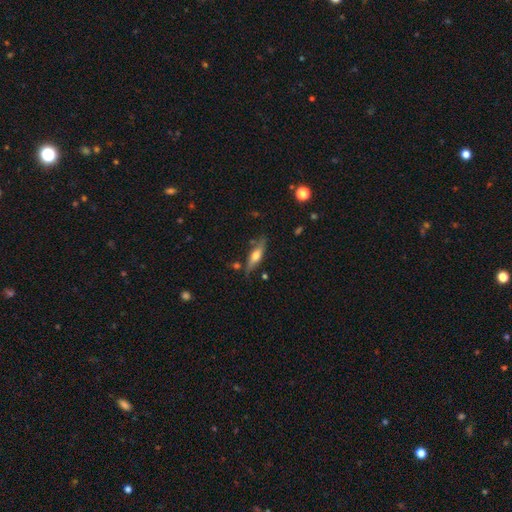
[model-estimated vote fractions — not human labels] Overall: featured or disk (52%; smooth 41%). Edge-on disk: yes (85%). Merging: none (73%).